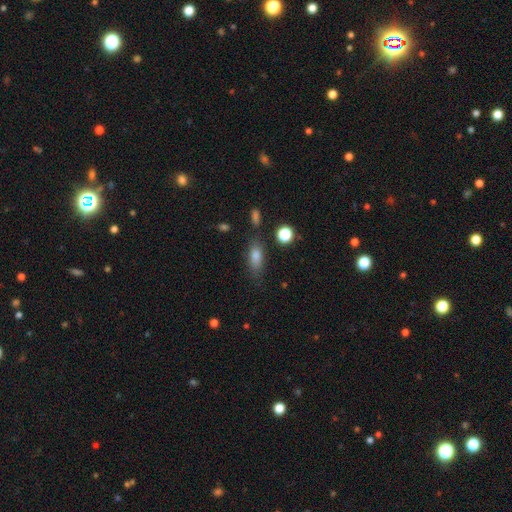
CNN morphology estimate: Smooth or featured? Predicted: smooth (p=0.74). How rounded? Predicted: in between (p=0.70). Merging? Predicted: none (p=0.75).